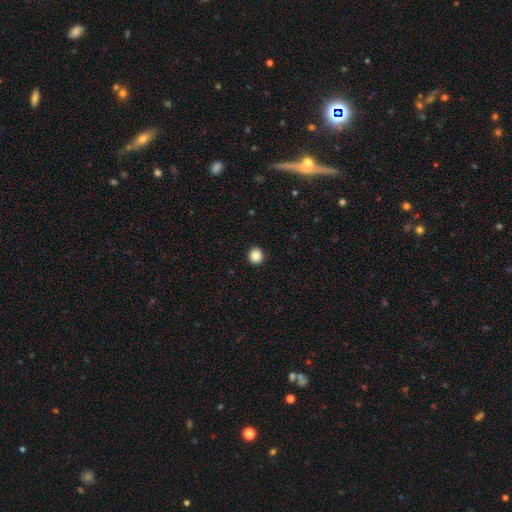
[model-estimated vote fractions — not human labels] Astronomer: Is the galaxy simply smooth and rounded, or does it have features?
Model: smooth — 87%.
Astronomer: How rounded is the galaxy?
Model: round — 83%.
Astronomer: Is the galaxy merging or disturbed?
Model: none — 91%.